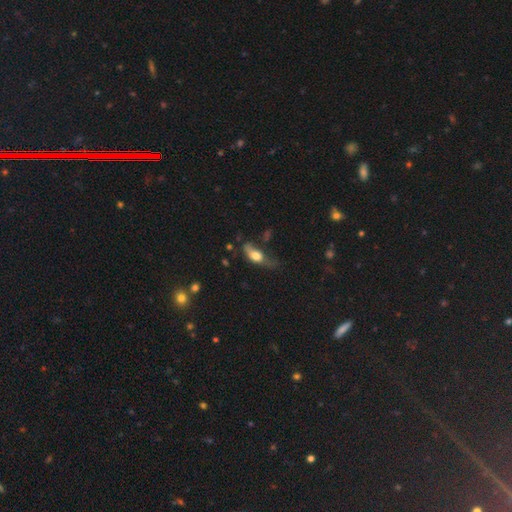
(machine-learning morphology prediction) type=smooth (63%); roundness=in between (71%); merging=major disturbance (32%).